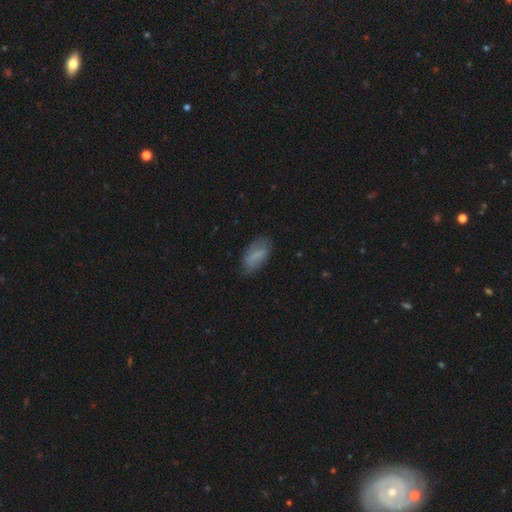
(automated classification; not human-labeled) Smooth or featured: smooth — 70% (featured or disk — 22%)
How rounded: in between — 89% (cigar-shaped — 8%)
Merging: none — 69% (minor disturbance — 24%)